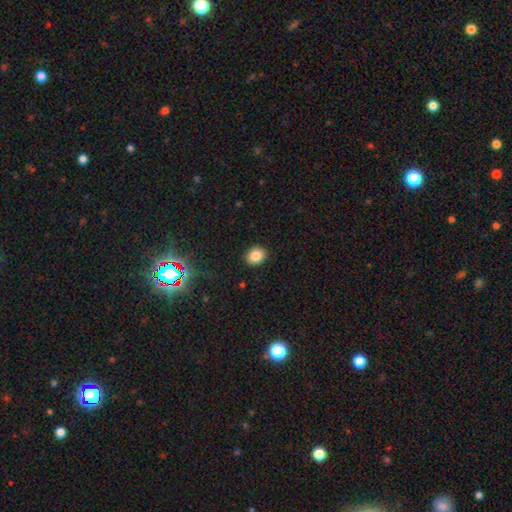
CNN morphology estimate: Q: Smooth or featured?
A: smooth (83%); runner-up: star or artifact (11%)
Q: How rounded?
A: round (58%); runner-up: in between (41%)
Q: Merging?
A: none (90%); runner-up: minor disturbance (7%)